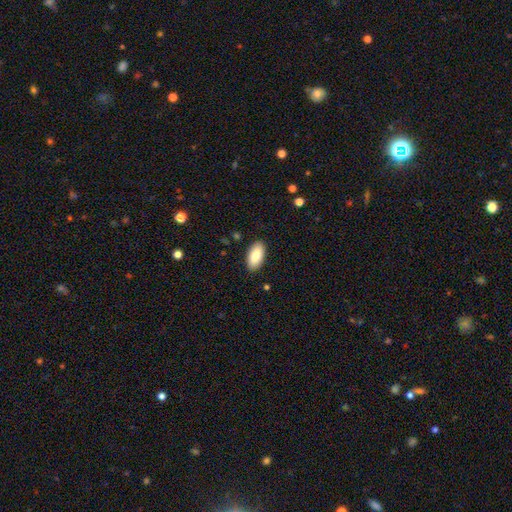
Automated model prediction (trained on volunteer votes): Overall: smooth (83%). How rounded: in between (94%). Merging: none (89%).